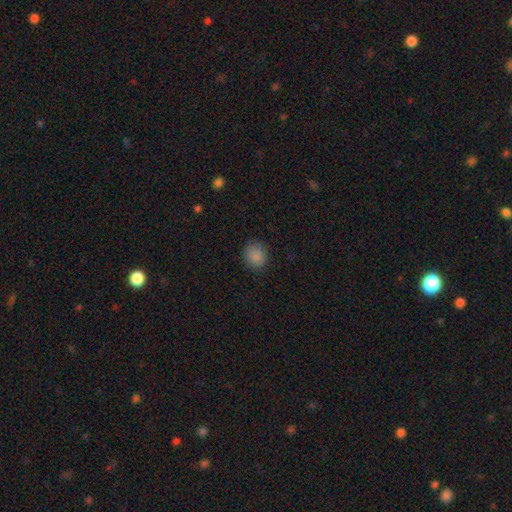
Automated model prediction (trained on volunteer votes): smooth_or_featured: smooth (p=0.86) [alt: star or artifact p=0.10]
how_rounded: round (p=0.84) [alt: in between p=0.15]
merging: none (p=0.88) [alt: minor disturbance p=0.09]